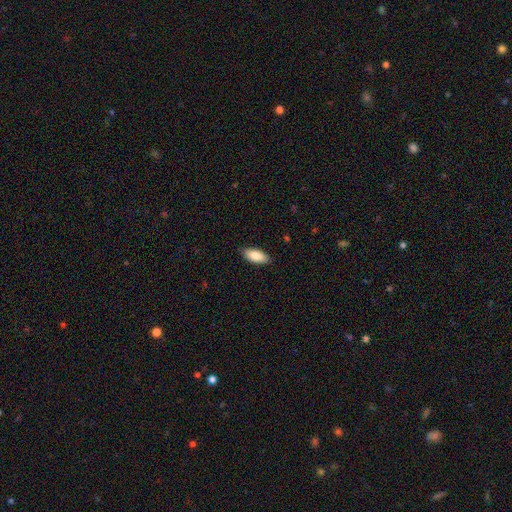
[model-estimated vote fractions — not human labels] A smooth galaxy with no disk features (86%) that is in between round and cigar-shaped (86%).

Vote fractions:
- Smooth or featured? smooth: 86% / featured or disk: 8% / star or artifact: 6%
- How rounded? in between: 86% / cigar-shaped: 12% / round: 2%
- Merging? none: 86% / minor disturbance: 11% / major disturbance: 2% / merger: 1%